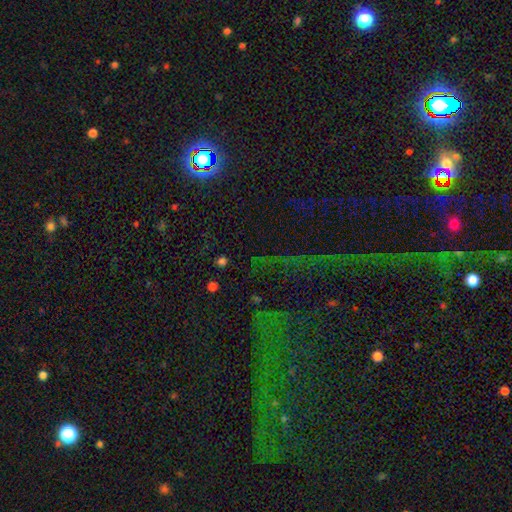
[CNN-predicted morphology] A star or artifact, not a galaxy (76%).